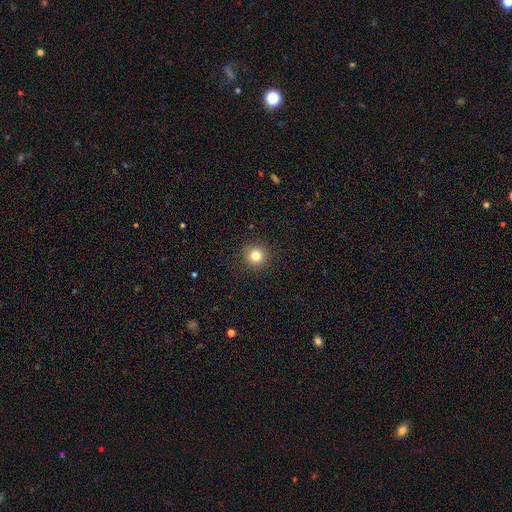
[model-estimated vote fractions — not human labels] Smooth or featured? Predicted: smooth (p=0.81). How rounded? Predicted: round (p=0.95). Merging? Predicted: none (p=0.92).